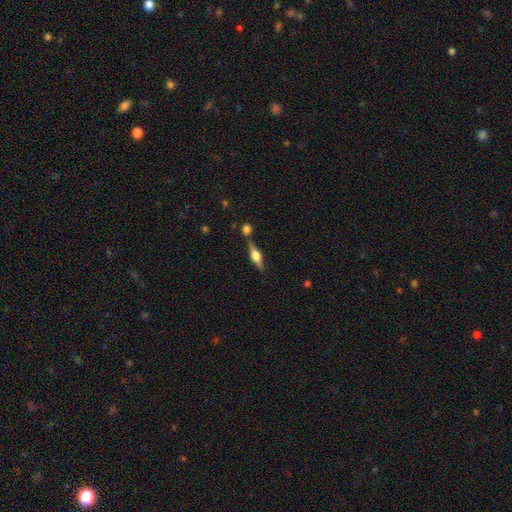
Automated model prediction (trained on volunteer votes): This appears to be a featured or disk galaxy (66%) viewed edge-on (96%) with a rounded central bulge (88%). Merging: none (72%).